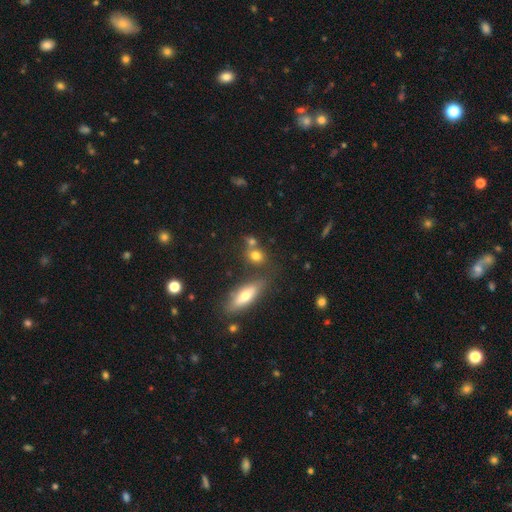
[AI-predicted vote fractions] Q: Smooth or featured?
A: smooth (73%); runner-up: featured or disk (14%)
Q: How rounded?
A: round (59%); runner-up: in between (35%)
Q: Merging?
A: none (56%); runner-up: merger (28%)